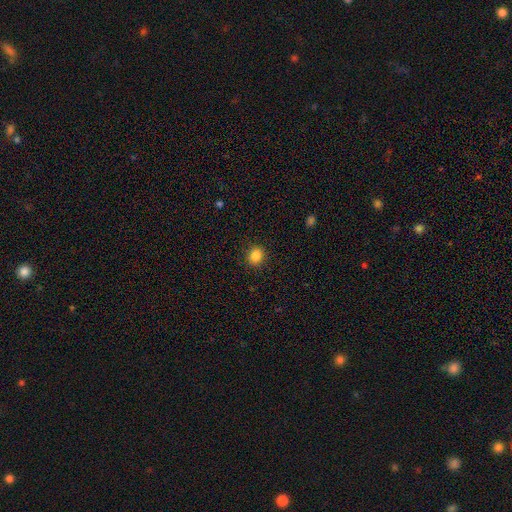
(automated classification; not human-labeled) The model was most divided on "how rounded": round: 72%, in between: 27%, cigar-shaped: 1%. More confident: merging — none (89%); smooth or featured — smooth (85%).